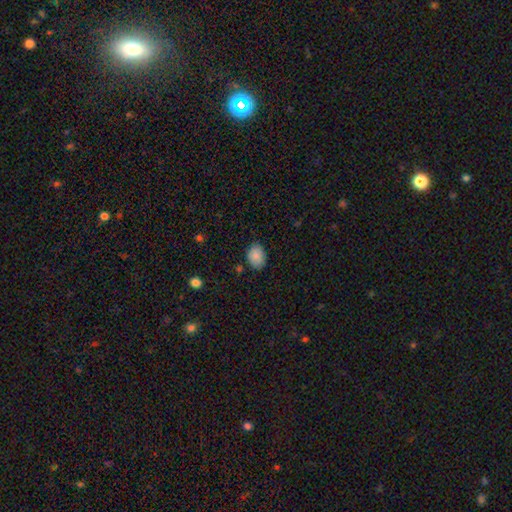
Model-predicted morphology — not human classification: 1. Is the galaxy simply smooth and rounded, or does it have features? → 87% smooth, 8% star or artifact, 5% featured or disk.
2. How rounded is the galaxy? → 71% in between, 28% round, 1% cigar-shaped.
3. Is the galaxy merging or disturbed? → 80% none, 16% minor disturbance, 3% major disturbance, 2% merger.